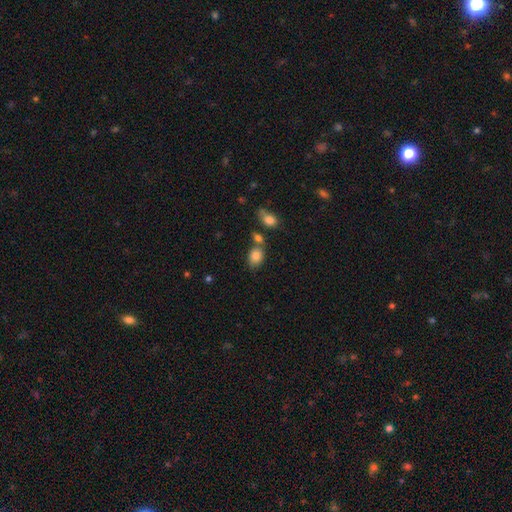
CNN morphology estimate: This appears to be a smooth galaxy with no disk features (84%) that is in between round and cigar-shaped (74%). Merging: none (57%).